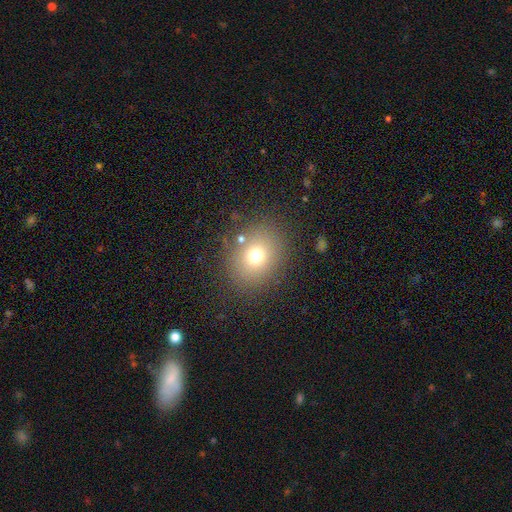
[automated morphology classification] A smooth galaxy with no disk features (70%) that is round (64%).

Vote fractions:
- Smooth or featured? smooth: 70% / star or artifact: 17% / featured or disk: 13%
- How rounded? round: 64% / in between: 35% / cigar-shaped: 1%
- Merging? none: 81% / minor disturbance: 10% / major disturbance: 5% / merger: 4%